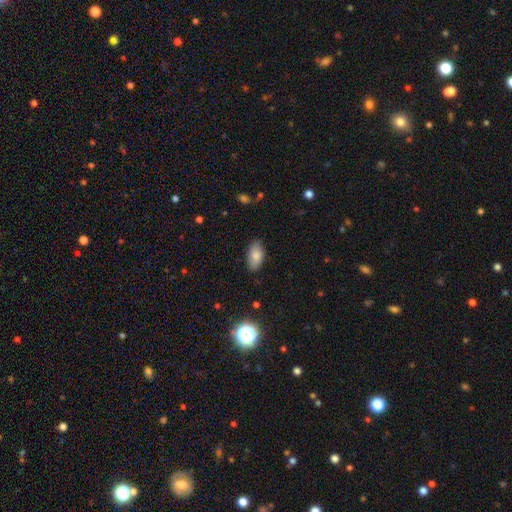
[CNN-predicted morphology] smooth 82%, featured or disk 9%, star or artifact 8%. Down the decision tree: how rounded — in between (93%); merging — none (85%).